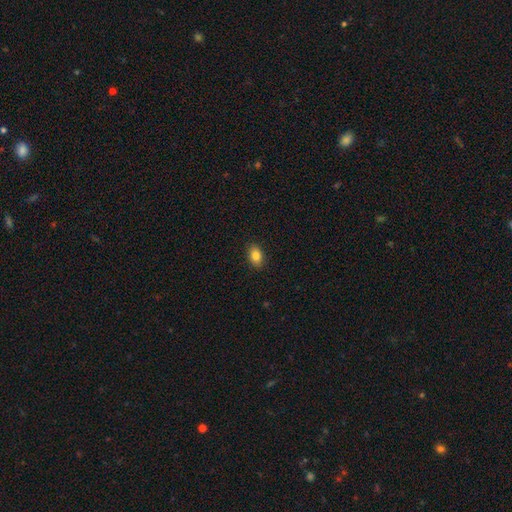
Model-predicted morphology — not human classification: Smooth or featured: smooth — 84% (star or artifact — 9%)
How rounded: in between — 83% (round — 15%)
Merging: none — 89% (minor disturbance — 8%)